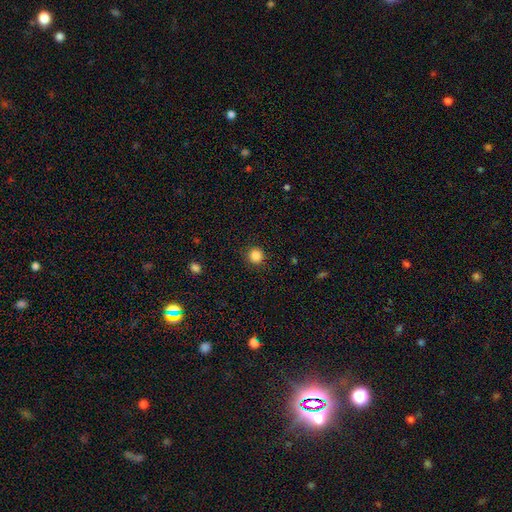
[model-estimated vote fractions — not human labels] Smooth or featured: smooth — 86% (star or artifact — 11%)
How rounded: round — 94% (in between — 6%)
Merging: none — 90% (minor disturbance — 6%)